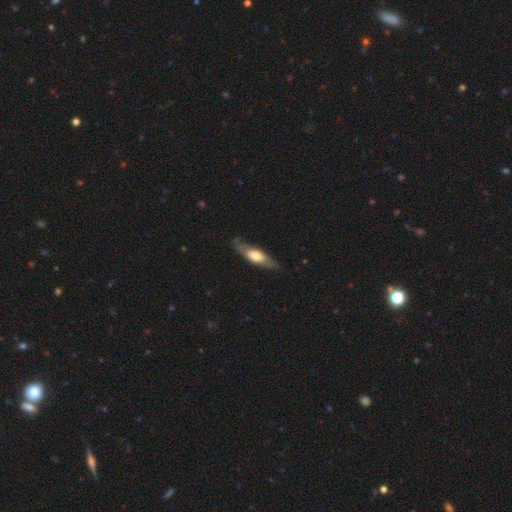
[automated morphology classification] Q: Smooth or featured?
A: featured or disk (52%); runner-up: smooth (43%)
Q: Edge-on disk?
A: yes (67%); runner-up: no (33%)
Q: Merging?
A: none (76%); runner-up: minor disturbance (18%)